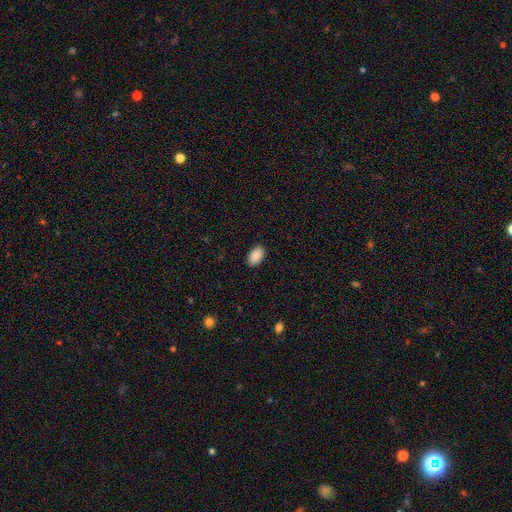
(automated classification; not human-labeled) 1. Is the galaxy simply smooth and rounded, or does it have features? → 90% smooth, 7% star or artifact, 3% featured or disk.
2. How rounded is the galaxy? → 92% in between, 6% round, 1% cigar-shaped.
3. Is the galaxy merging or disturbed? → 88% none, 9% minor disturbance, 2% major disturbance, 1% merger.